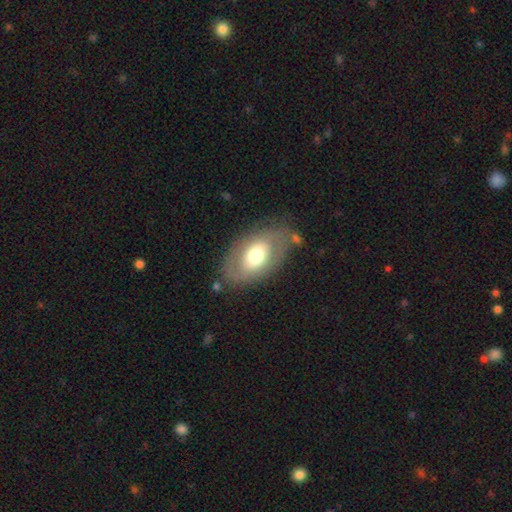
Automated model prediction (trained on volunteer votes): smooth 53%, featured or disk 40%, star or artifact 7%. Down the decision tree: how rounded — in between (88%); merging — none (71%).